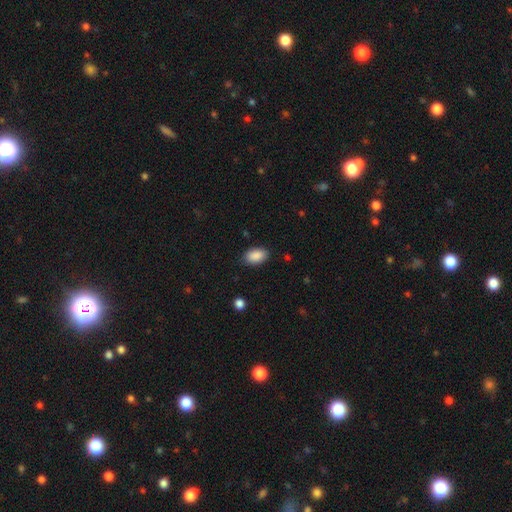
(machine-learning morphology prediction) The model was most divided on "merging": none: 84%, minor disturbance: 12%, major disturbance: 3%, merger: 1%. More confident: how rounded — in between (92%); smooth or featured — smooth (89%).